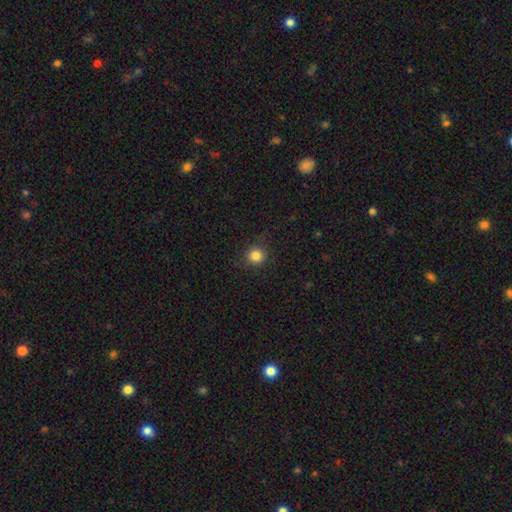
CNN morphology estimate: This is clearly a smooth galaxy (83%). How rounded: clearly round (92%). Merging: clearly none (88%).